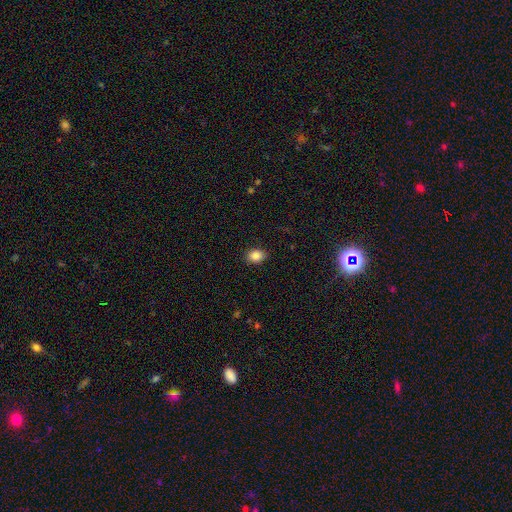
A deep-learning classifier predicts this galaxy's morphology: A smooth galaxy with no disk features (86%) that is in between round and cigar-shaped (67%).

Vote fractions:
- Smooth or featured? smooth: 86% / star or artifact: 9% / featured or disk: 5%
- How rounded? in between: 67% / round: 32% / cigar-shaped: 1%
- Merging? none: 88% / minor disturbance: 9% / major disturbance: 2% / merger: 1%